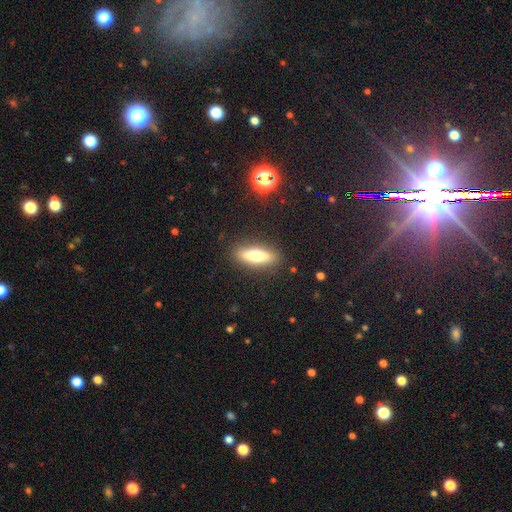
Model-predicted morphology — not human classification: Smooth or featured? smooth (65%)
How rounded? cigar-shaped (54%)
Merging? none (87%)